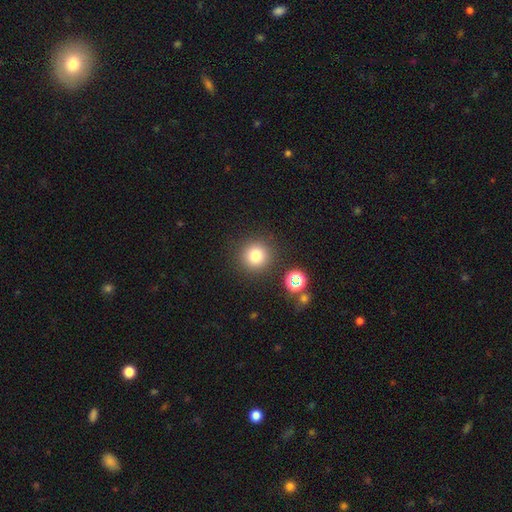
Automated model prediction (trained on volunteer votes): A smooth galaxy with no disk features (79%) that is round (94%).

Vote fractions:
- Smooth or featured? smooth: 79% / star or artifact: 14% / featured or disk: 7%
- How rounded? round: 94% / in between: 5% / cigar-shaped: 1%
- Merging? none: 87% / minor disturbance: 7% / merger: 3% / major disturbance: 3%